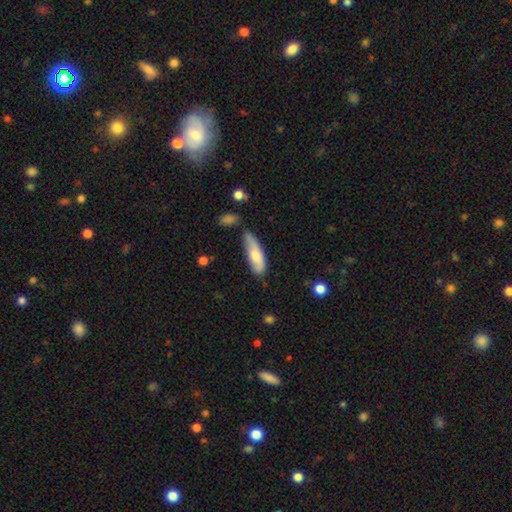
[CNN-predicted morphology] Smooth or featured?
  - smooth: 72% *
  - featured or disk: 22%
  - star or artifact: 6%
How rounded?
  - in between: 54% *
  - cigar-shaped: 44%
  - round: 2%
Merging?
  - none: 54% *
  - minor disturbance: 30%
  - merger: 8%
  - major disturbance: 8%